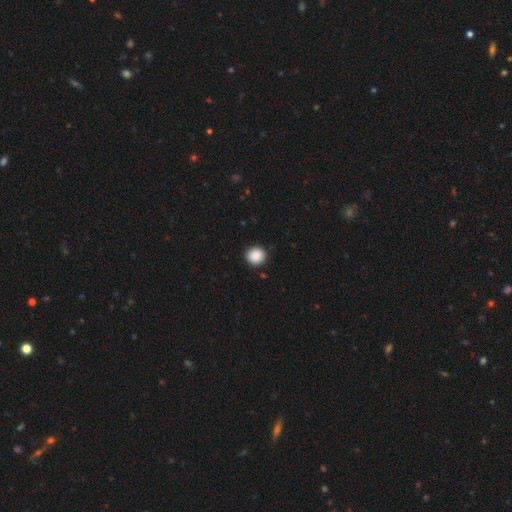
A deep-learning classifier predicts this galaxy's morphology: A smooth galaxy with no disk features (89%) that is round (91%). Merging: none (92%).